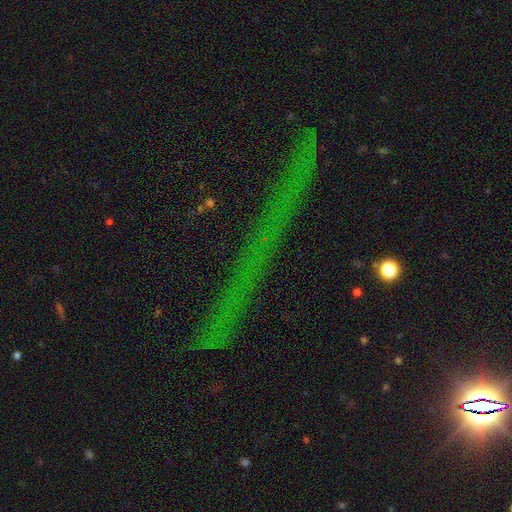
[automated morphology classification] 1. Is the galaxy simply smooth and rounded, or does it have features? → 78% star or artifact, 11% featured or disk, 11% smooth.